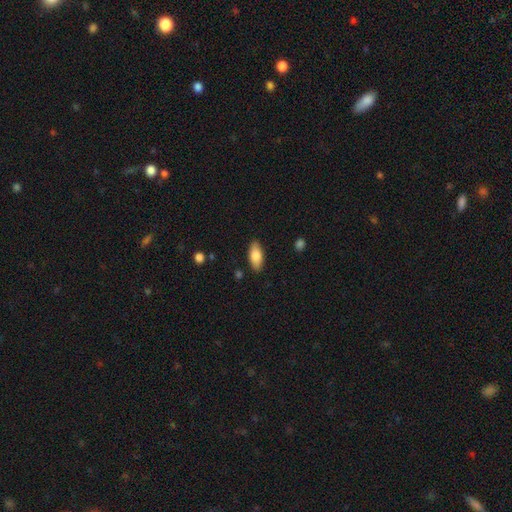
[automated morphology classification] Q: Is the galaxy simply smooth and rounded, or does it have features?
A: smooth — 80%.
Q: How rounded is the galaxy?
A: in between — 86%.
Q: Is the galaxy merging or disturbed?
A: none — 87%.